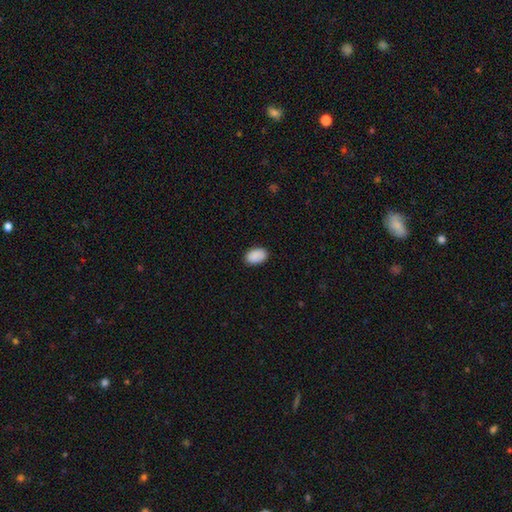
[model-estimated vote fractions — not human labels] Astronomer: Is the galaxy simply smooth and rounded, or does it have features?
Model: smooth — 90%.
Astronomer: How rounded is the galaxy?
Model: in between — 89%.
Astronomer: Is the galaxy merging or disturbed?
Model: none — 86%.